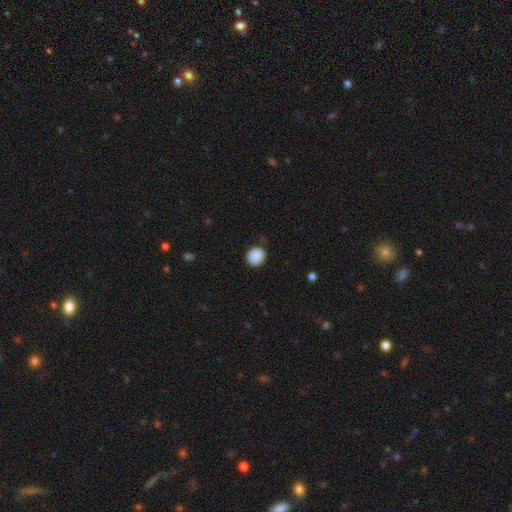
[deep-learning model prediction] The model was most divided on "merging": none: 82%, minor disturbance: 14%, major disturbance: 3%, merger: 1%. More confident: smooth or featured — smooth (89%); how rounded — round (87%).